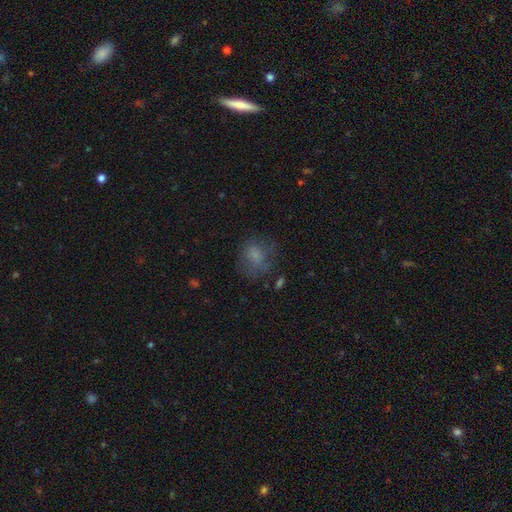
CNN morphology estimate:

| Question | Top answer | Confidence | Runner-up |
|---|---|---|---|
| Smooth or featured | smooth | 68% | featured or disk (18%) |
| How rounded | round | 54% | in between (44%) |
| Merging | none | 59% | minor disturbance (21%) |